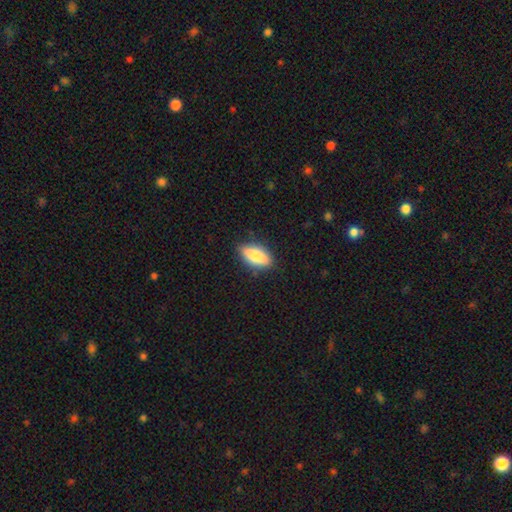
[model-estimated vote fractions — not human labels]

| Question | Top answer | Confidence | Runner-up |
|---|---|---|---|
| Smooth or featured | smooth | 75% | featured or disk (18%) |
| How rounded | in between | 80% | cigar-shaped (17%) |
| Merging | none | 84% | minor disturbance (12%) |